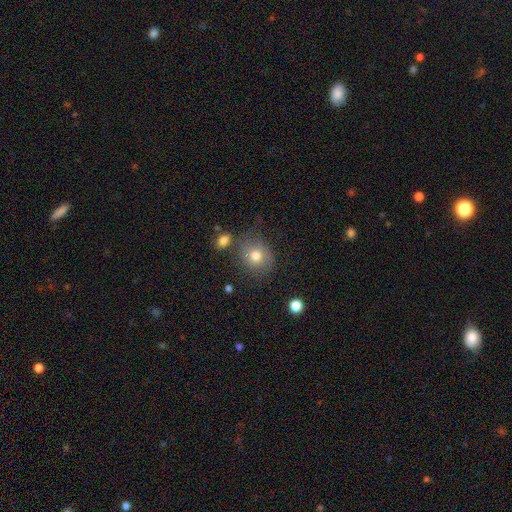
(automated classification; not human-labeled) Smooth or featured? smooth (75%)
How rounded? round (75%)
Merging? none (71%)